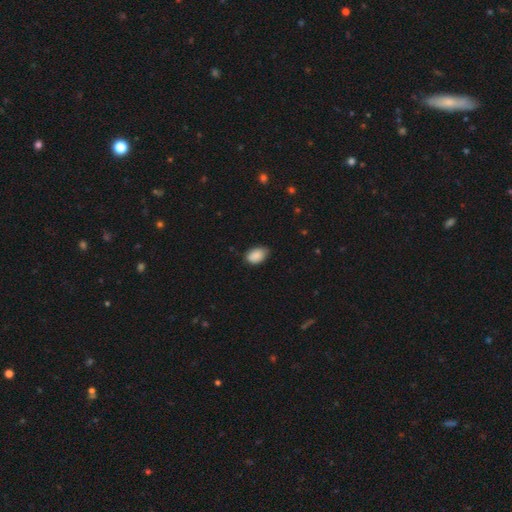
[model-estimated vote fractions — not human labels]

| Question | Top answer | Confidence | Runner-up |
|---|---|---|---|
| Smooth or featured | smooth | 88% | star or artifact (7%) |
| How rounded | in between | 88% | round (11%) |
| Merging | none | 67% | minor disturbance (28%) |